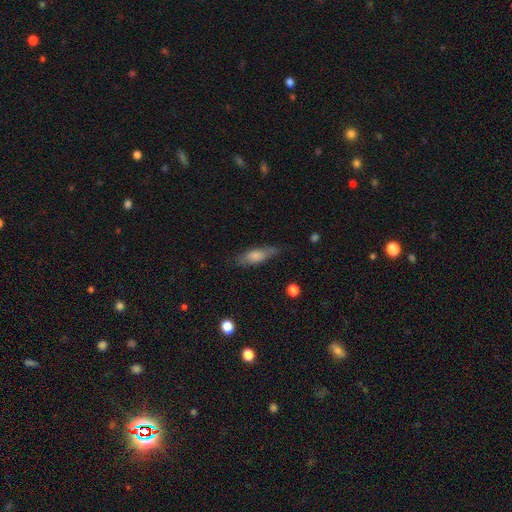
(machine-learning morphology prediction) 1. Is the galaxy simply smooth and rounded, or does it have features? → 68% smooth, 25% featured or disk, 7% star or artifact.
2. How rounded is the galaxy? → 52% in between, 45% cigar-shaped, 3% round.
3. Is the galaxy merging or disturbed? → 70% none, 22% minor disturbance, 6% major disturbance, 2% merger.